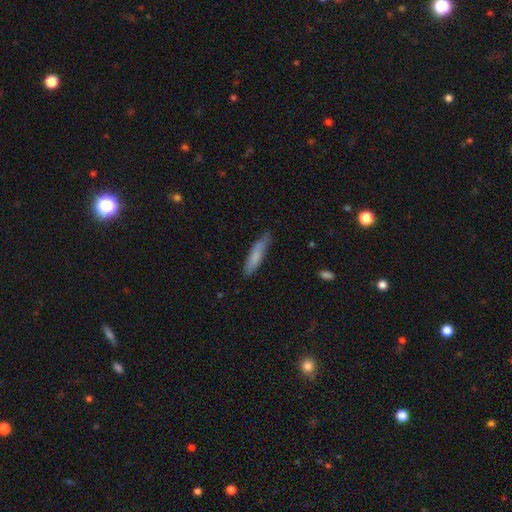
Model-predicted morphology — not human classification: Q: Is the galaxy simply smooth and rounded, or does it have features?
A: smooth — 76%.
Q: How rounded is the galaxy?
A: cigar-shaped — 83%.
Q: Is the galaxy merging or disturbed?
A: none — 74%.